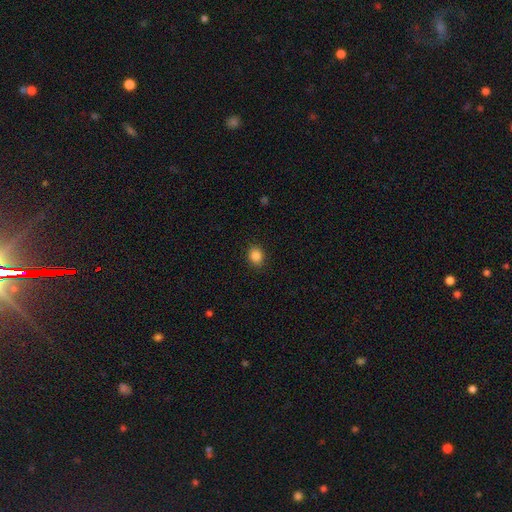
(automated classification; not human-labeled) smooth 87%, star or artifact 10%, featured or disk 3%. Down the decision tree: how rounded — round (67%); merging — none (89%).